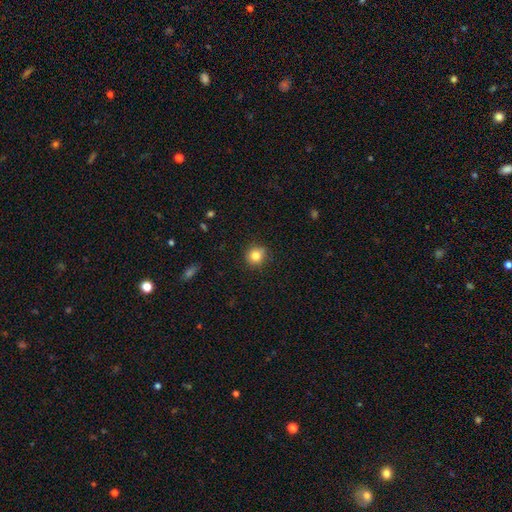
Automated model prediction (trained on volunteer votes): Morphology: type=smooth (82%); roundness=round (88%); merging=none (87%).